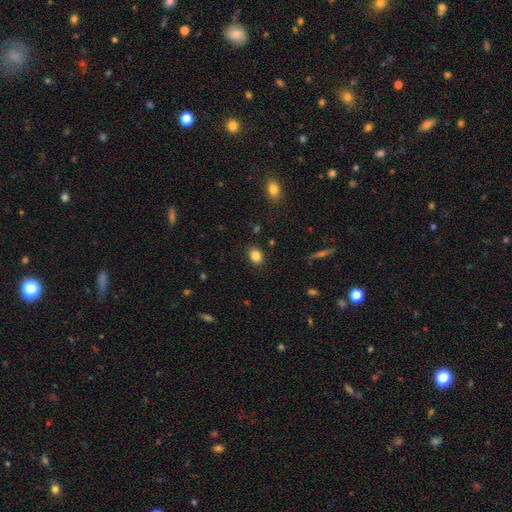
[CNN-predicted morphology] smooth_or_featured: smooth (p=0.85) [alt: star or artifact p=0.10]
how_rounded: in between (p=0.68) [alt: round p=0.31]
merging: none (p=0.87) [alt: minor disturbance p=0.09]